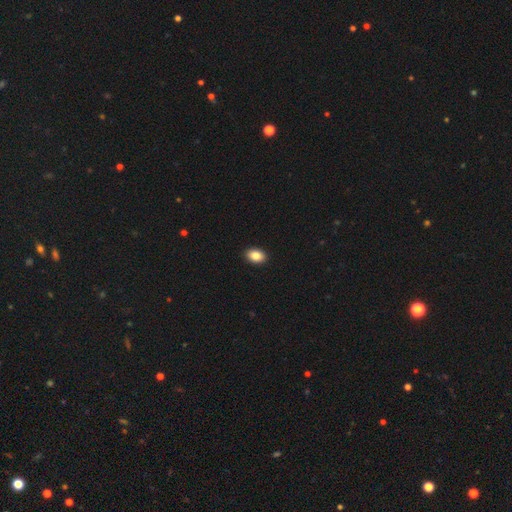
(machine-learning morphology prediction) Smooth or featured? Predicted: smooth (p=0.86). How rounded? Predicted: in between (p=0.86). Merging? Predicted: none (p=0.91).